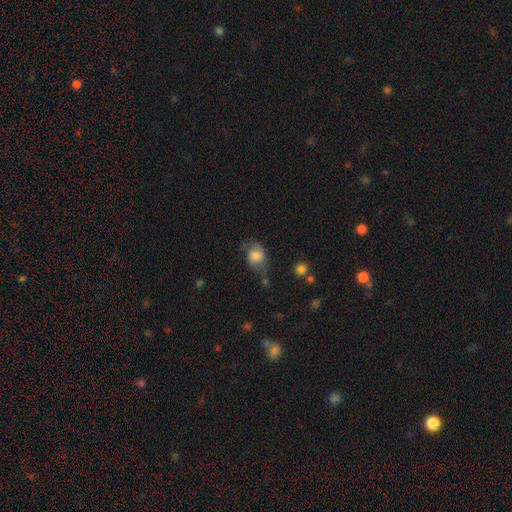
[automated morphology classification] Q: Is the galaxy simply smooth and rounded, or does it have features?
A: smooth — 61%.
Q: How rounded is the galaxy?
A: in between — 50%.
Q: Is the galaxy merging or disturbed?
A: none — 44%.